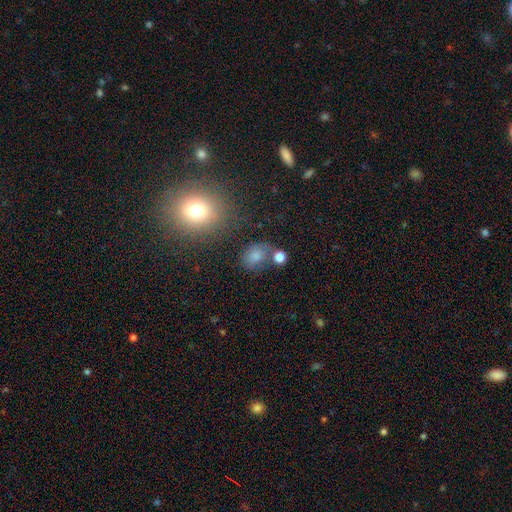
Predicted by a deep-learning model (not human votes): A smooth galaxy with no disk features (74%) that is in between round and cigar-shaped (60%).

Vote fractions:
- Smooth or featured? smooth: 74% / star or artifact: 16% / featured or disk: 10%
- How rounded? in between: 60% / round: 38% / cigar-shaped: 2%
- Merging? none: 57% / minor disturbance: 18% / merger: 16% / major disturbance: 9%